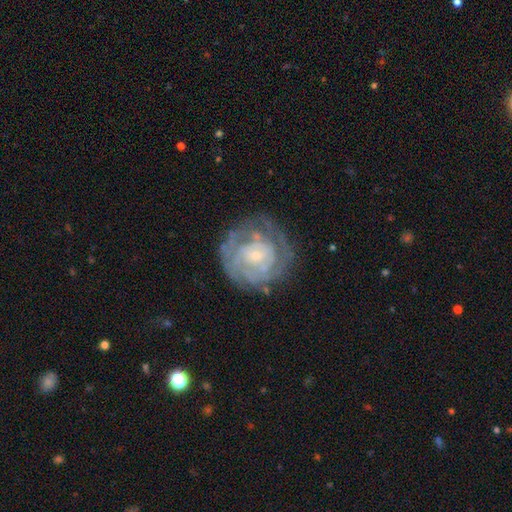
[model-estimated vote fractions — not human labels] Q: Smooth or featured?
A: featured or disk (75%); runner-up: smooth (18%)
Q: Edge-on disk?
A: no (97%); runner-up: yes (3%)
Q: Bar?
A: no (75%); runner-up: weak (21%)
Q: Spiral arms?
A: yes (78%); runner-up: no (22%)
Q: Spiral winding?
A: tight (74%); runner-up: medium (19%)
Q: Spiral arm count?
A: can't tell (56%); runner-up: 2 (15%)
Q: Bulge size?
A: small (71%); runner-up: moderate (21%)
Q: Merging?
A: none (70%); runner-up: minor disturbance (18%)